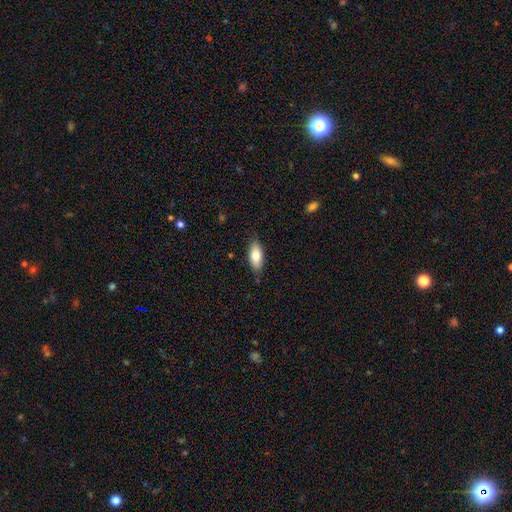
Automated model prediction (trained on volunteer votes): Smooth or featured? Predicted: smooth (p=0.78). How rounded? Predicted: in between (p=0.85). Merging? Predicted: none (p=0.82).